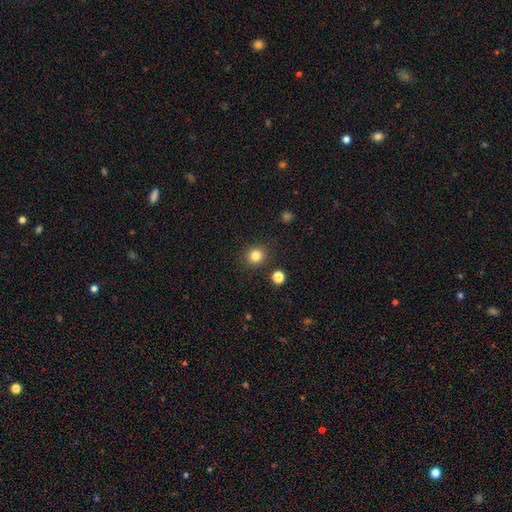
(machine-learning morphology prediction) smooth 82%, star or artifact 13%, featured or disk 5%. Down the decision tree: how rounded — round (92%); merging — none (90%).